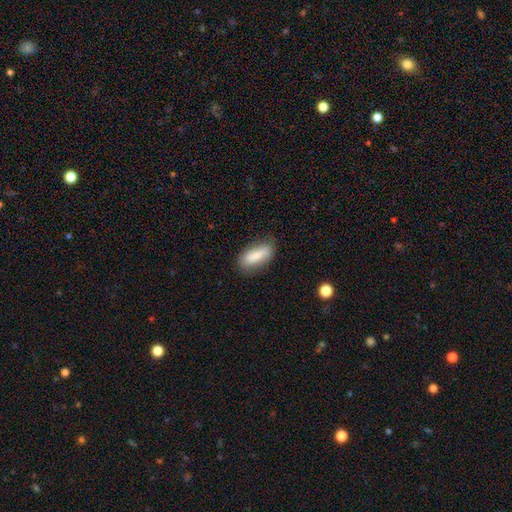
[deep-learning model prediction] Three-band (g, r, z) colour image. It shows a smooth galaxy with no disk features (81%) that is in between round and cigar-shaped (73%). Merging: none (78%).